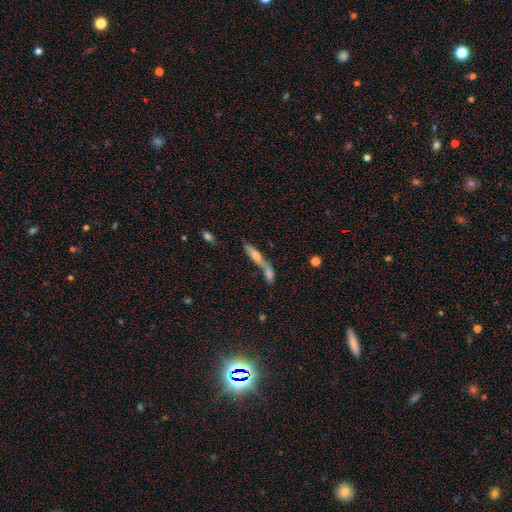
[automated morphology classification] smooth-or-featured: featured or disk: 47% | smooth: 40% | star or artifact: 13%
  merging: merger: 55% | none: 30% | minor disturbance: 8% | major disturbance: 7%